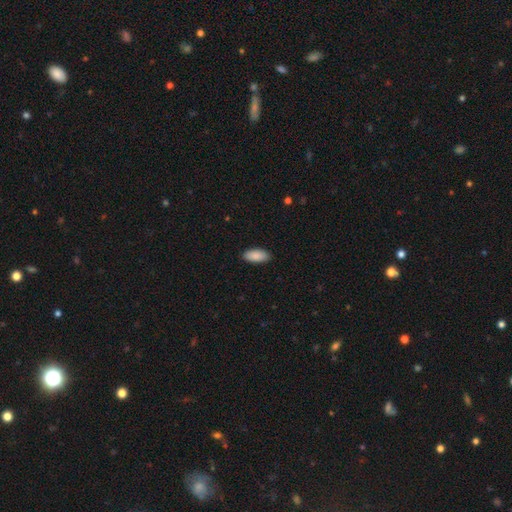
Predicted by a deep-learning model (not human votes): Smooth or featured: smooth — 90% (star or artifact — 6%)
How rounded: in between — 89% (cigar-shaped — 9%)
Merging: none — 89% (minor disturbance — 8%)